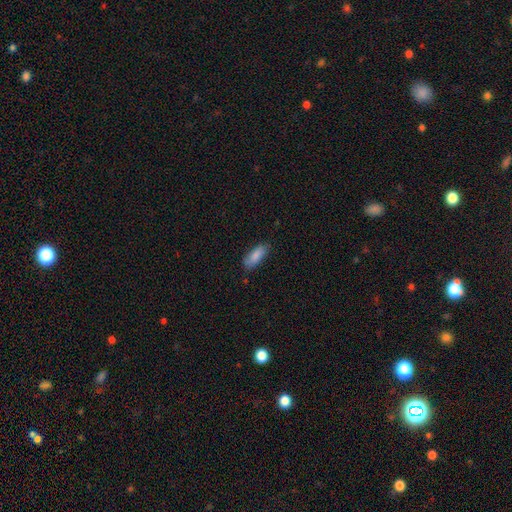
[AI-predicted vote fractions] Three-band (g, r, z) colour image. It shows a smooth galaxy with no disk features (85%) that is in between round and cigar-shaped (71%). Merging: none (79%).